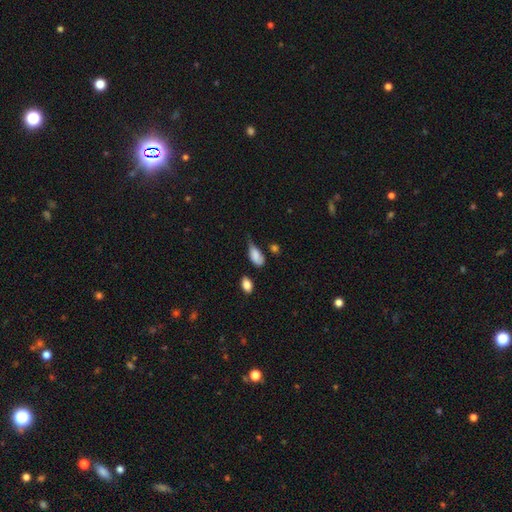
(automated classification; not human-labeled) smooth-or-featured: smooth: 80% | featured or disk: 12% | star or artifact: 8%
  how-rounded: in between: 87% | cigar-shaped: 7% | round: 6%
  merging: minor disturbance: 49% | none: 27% | major disturbance: 19% | merger: 5%